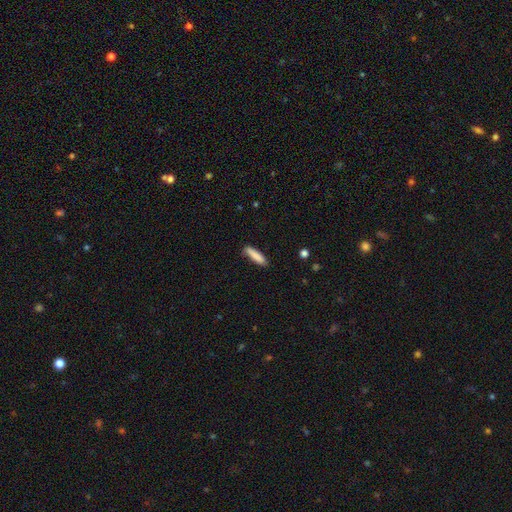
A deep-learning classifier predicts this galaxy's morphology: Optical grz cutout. It shows a smooth galaxy with no disk features (86%) that is cigar-shaped (78%). Merging: none (82%).